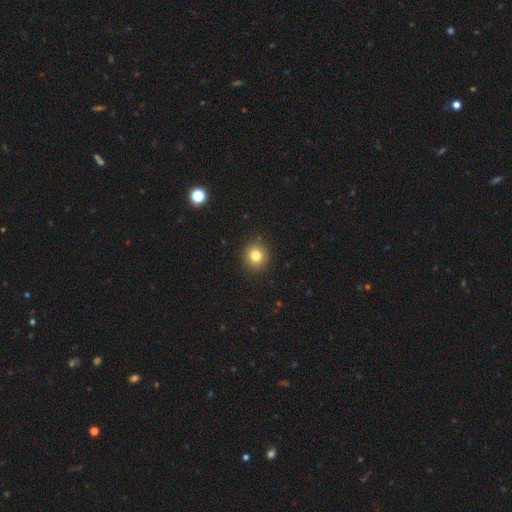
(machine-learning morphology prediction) Smooth or featured? Predicted: smooth (p=0.81). How rounded? Predicted: round (p=0.92). Merging? Predicted: none (p=0.92).